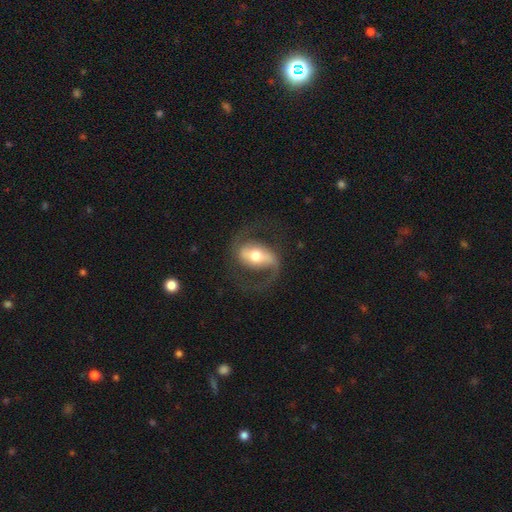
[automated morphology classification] The model was most divided on "spiral winding": medium: 49%, loose: 40%, tight: 12%. Remaining: edge-on disk — no (96%); spiral arms — yes (91%); spiral arm count — 2 (86%); smooth or featured — featured or disk (82%); merging — none (70%); bulge size — moderate (67%); bar — strong (48%).